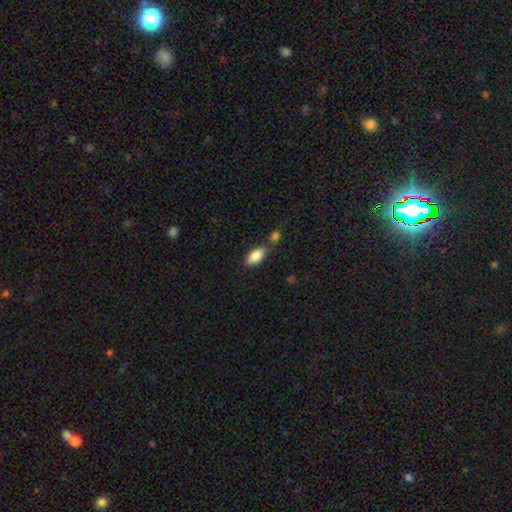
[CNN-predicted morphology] Smooth or featured: smooth — 85% (featured or disk — 8%)
How rounded: in between — 90% (cigar-shaped — 7%)
Merging: none — 60% (merger — 22%)